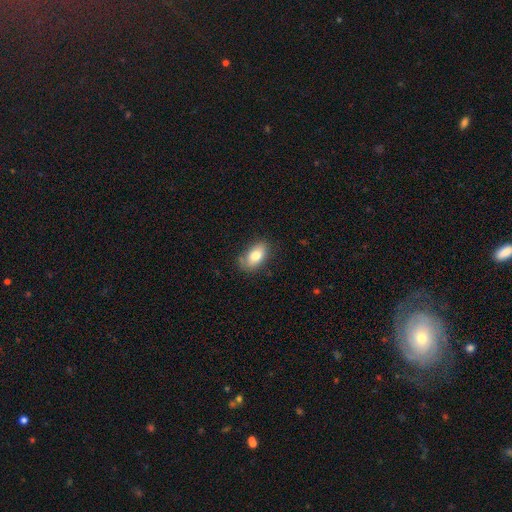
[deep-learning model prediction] This is likely a smooth galaxy (78%). How rounded: clearly in between (91%). Merging: likely none (72%).